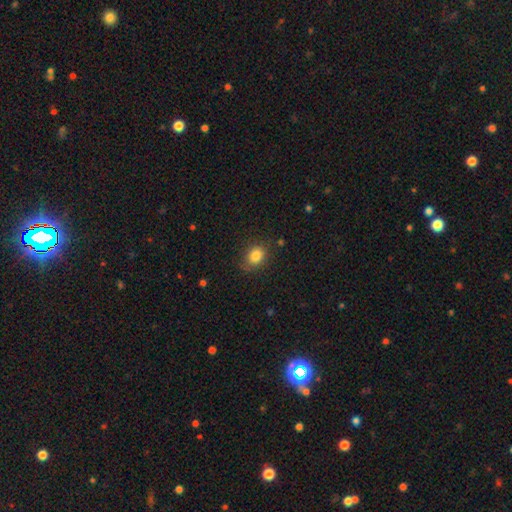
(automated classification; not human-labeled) This appears to be a smooth galaxy with no disk features (82%) that is round (52%). Merging: none (75%).